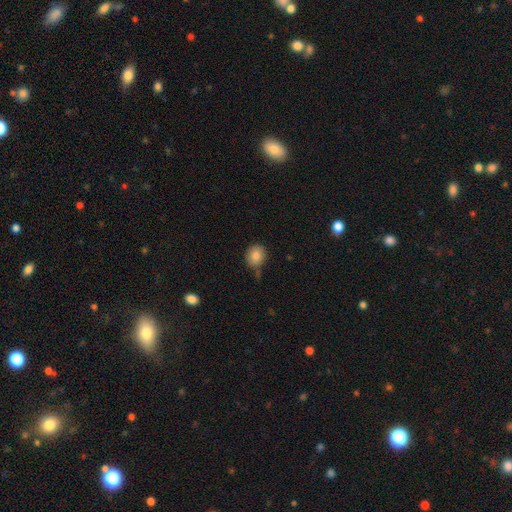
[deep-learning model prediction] This is clearly a smooth galaxy (82%). How rounded: clearly round (80%). Merging: likely none (74%).